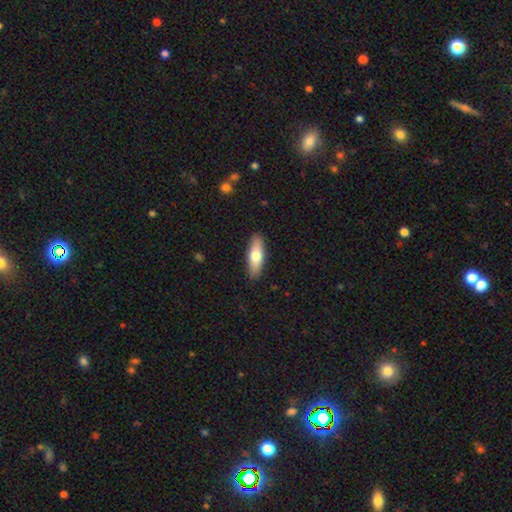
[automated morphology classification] A smooth galaxy with no disk features (68%) that is in between round and cigar-shaped (54%). Merging: none (90%).